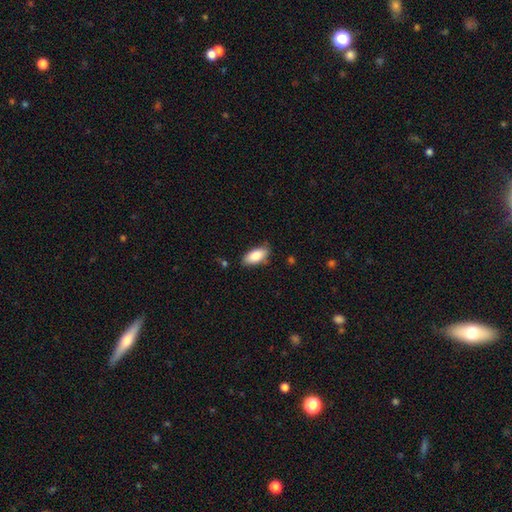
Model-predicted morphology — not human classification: Smooth or featured? Predicted: smooth (p=0.84). How rounded? Predicted: in between (p=0.88). Merging? Predicted: none (p=0.76).